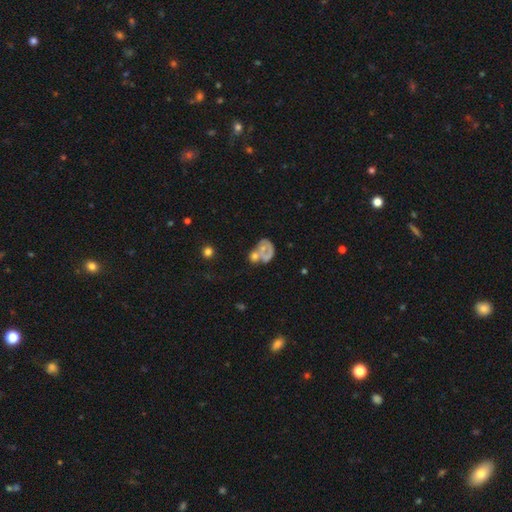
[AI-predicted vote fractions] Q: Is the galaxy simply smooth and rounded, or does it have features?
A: featured or disk — 45%.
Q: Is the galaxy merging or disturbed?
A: merger — 39%.